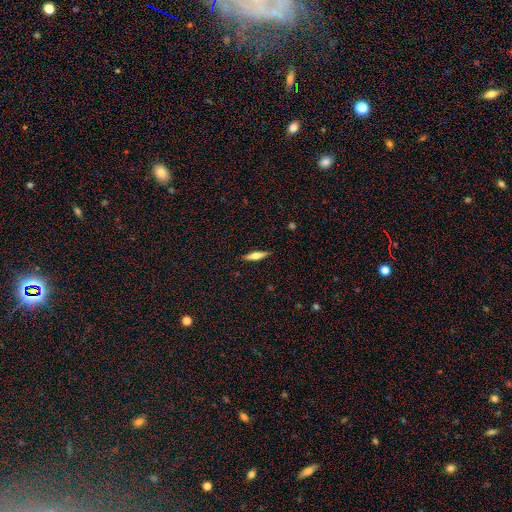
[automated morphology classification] smooth 59%, featured or disk 34%, star or artifact 7%. Down the decision tree: how rounded — cigar-shaped (65%); merging — none (87%).